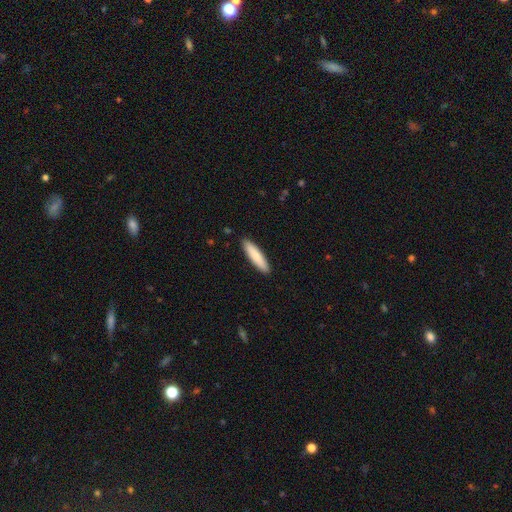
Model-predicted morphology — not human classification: Smooth or featured?
  - smooth: 83% *
  - featured or disk: 12%
  - star or artifact: 5%
How rounded?
  - cigar-shaped: 79% *
  - in between: 20%
  - round: 1%
Merging?
  - none: 91% *
  - minor disturbance: 7%
  - major disturbance: 1%
  - merger: 1%